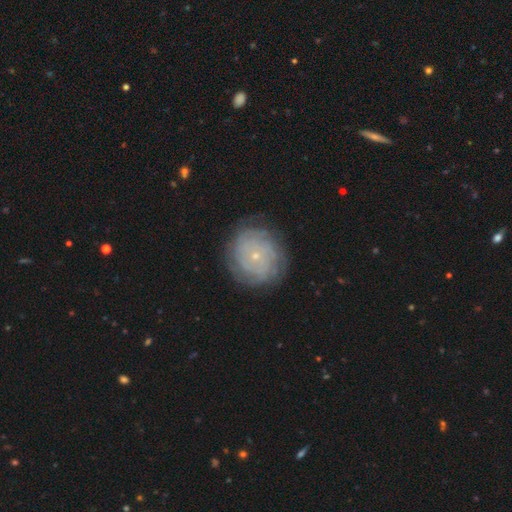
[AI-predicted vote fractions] smooth-or-featured: featured or disk: 69% | smooth: 22% | star or artifact: 9%
  disk-edge-on: no: 97% | yes: 3%
    bar: no: 86% | weak: 11% | strong: 2%
    has-spiral-arms: yes: 88% | no: 12%
      spiral-winding: tight: 81% | medium: 14% | loose: 5%
      spiral-arm-count: can't tell: 50% | 4: 12% | 2: 11% | 3: 10% | more than 4: 10% | 1: 6%
    bulge-size: small: 85% | moderate: 11% | none: 2% | large: 1% | dominant: 1%
  merging: none: 81% | minor disturbance: 13% | major disturbance: 5% | merger: 1%